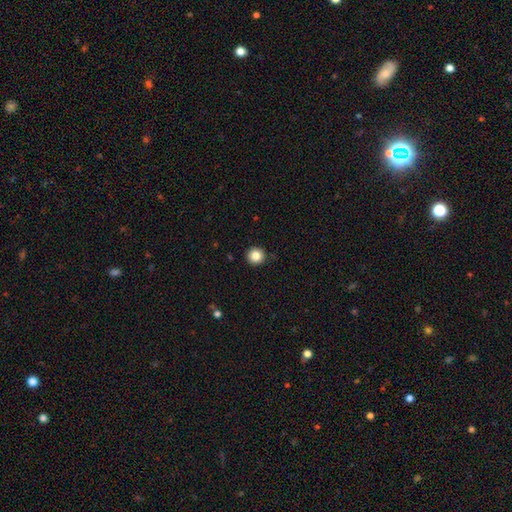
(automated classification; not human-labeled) A smooth galaxy with no disk features (85%) that is round (95%). Merging: none (91%).